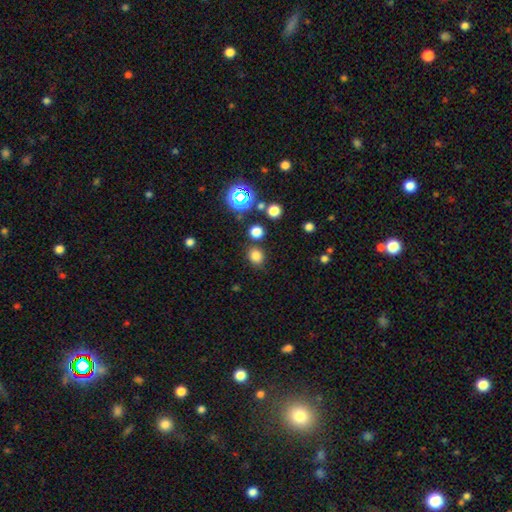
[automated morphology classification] Smooth or featured: smooth — 79% (star or artifact — 17%)
How rounded: round — 71% (in between — 28%)
Merging: none — 81% (minor disturbance — 10%)